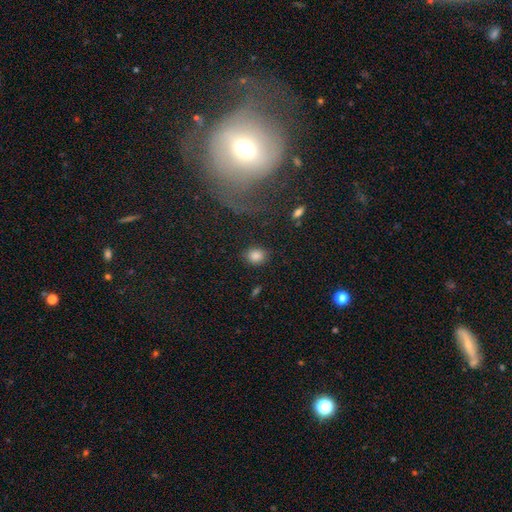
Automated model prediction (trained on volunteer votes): This is clearly a smooth galaxy (85%). How rounded: possibly round (55%). Merging: clearly none (82%).